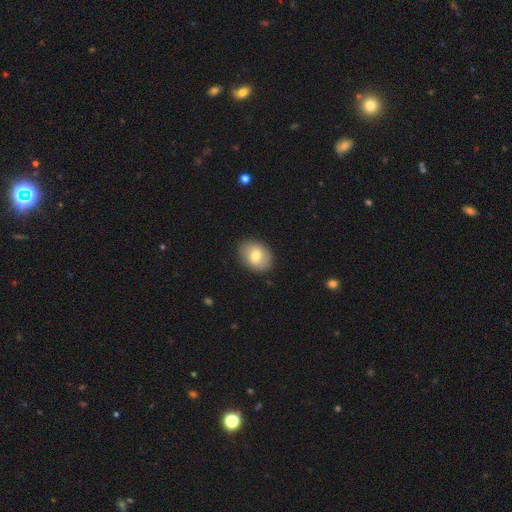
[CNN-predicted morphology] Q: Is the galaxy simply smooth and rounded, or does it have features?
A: smooth — 74%.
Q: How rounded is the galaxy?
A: in between — 55%.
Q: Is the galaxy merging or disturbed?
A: none — 87%.